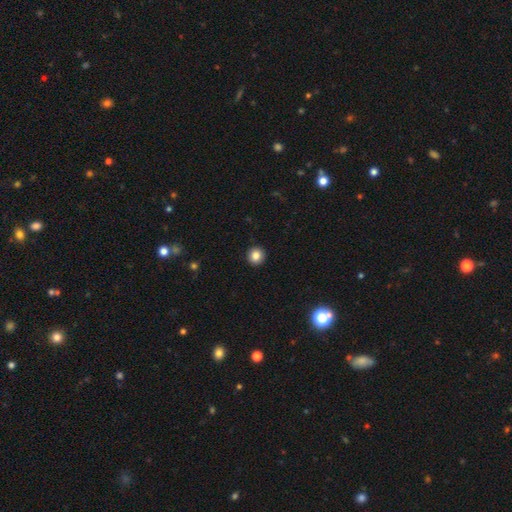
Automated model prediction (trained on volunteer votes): Smooth or featured? smooth (84%)
How rounded? round (94%)
Merging? none (93%)